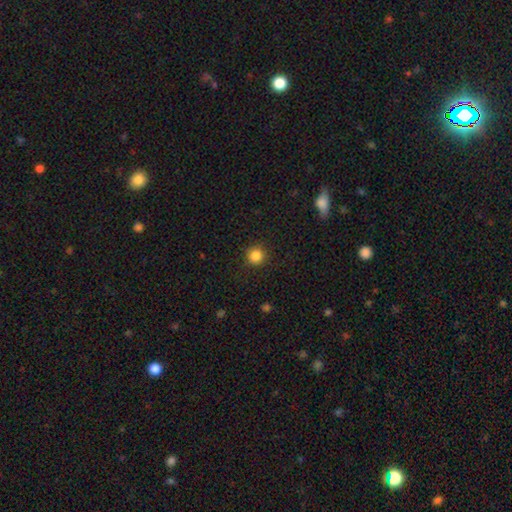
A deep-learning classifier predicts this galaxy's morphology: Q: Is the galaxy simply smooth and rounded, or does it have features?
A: smooth — 84%.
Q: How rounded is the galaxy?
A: round — 94%.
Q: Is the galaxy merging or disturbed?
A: none — 91%.